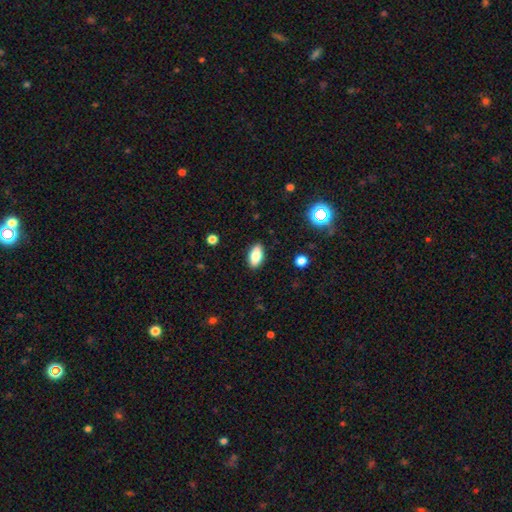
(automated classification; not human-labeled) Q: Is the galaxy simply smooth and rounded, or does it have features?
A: smooth — 81%.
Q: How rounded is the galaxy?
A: in between — 90%.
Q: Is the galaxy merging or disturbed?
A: none — 89%.